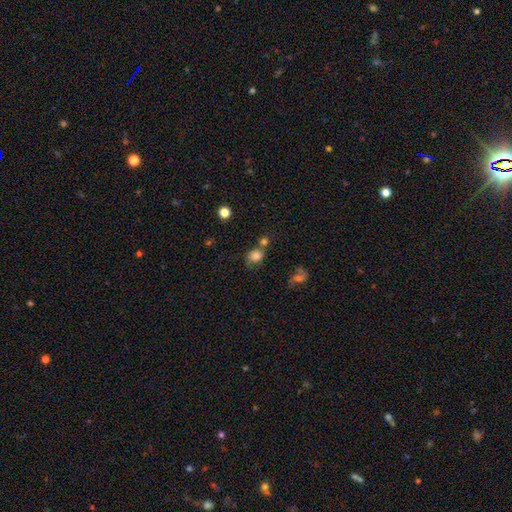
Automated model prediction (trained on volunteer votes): Smooth or featured?
  - smooth: 81% *
  - star or artifact: 12%
  - featured or disk: 8%
How rounded?
  - round: 56% *
  - in between: 42%
  - cigar-shaped: 1%
Merging?
  - none: 49% *
  - merger: 26%
  - minor disturbance: 18%
  - major disturbance: 7%